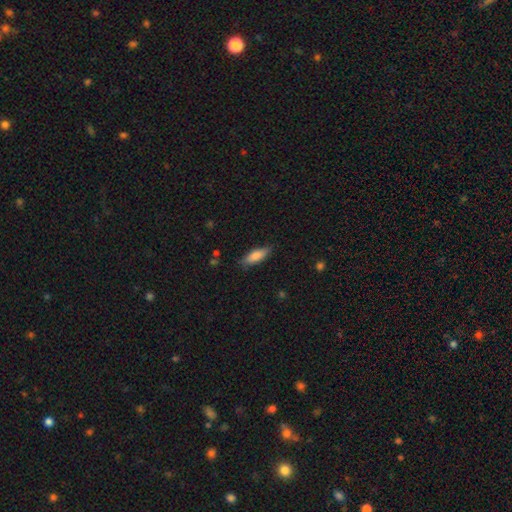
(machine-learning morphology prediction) smooth 80%, featured or disk 14%, star or artifact 6%. Down the decision tree: how rounded — in between (58%); merging — none (83%).